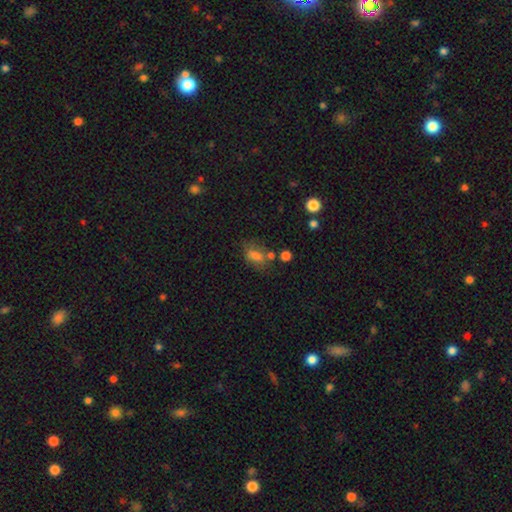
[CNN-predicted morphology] Overall: smooth (71%). How rounded: in between (79%). Merging: none (54%; minor disturbance 23%).